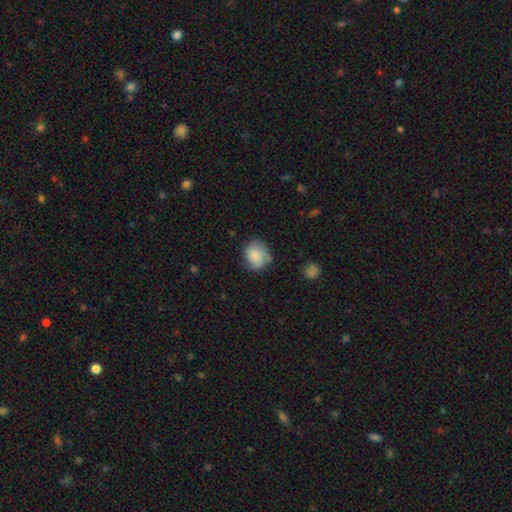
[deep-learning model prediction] Overall: smooth (83%). How rounded: round (65%; in between 34%). Merging: none (65%; minor disturbance 25%).